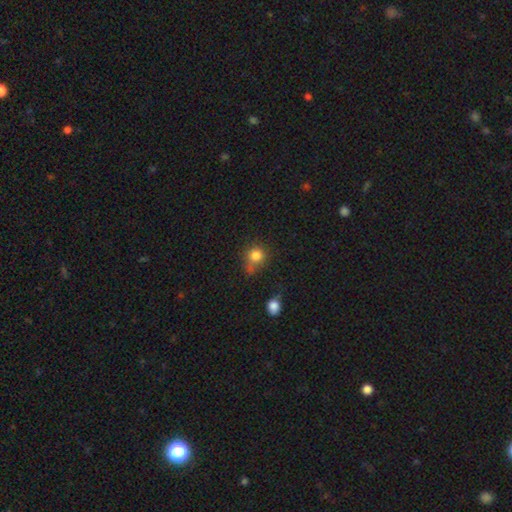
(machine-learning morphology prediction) A smooth galaxy with no disk features (81%) that is round (83%). Merging: none (51%).